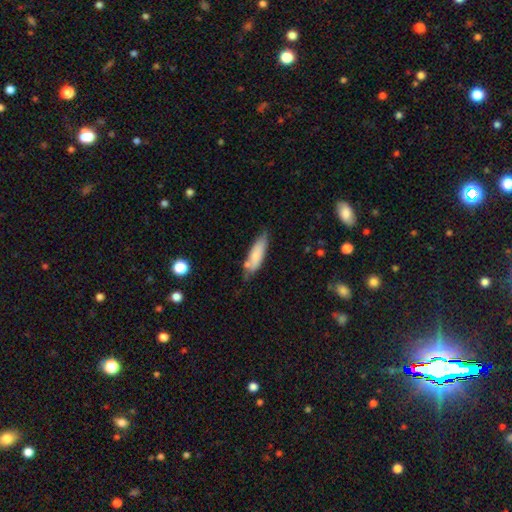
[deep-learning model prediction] Smooth or featured? Predicted: smooth (p=0.75). How rounded? Predicted: in between (p=0.50). Merging? Predicted: none (p=0.61).